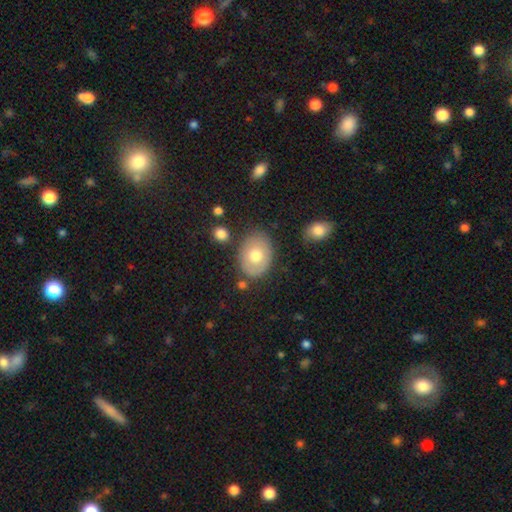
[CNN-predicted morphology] Smooth or featured? Predicted: smooth (p=0.64). How rounded? Predicted: in between (p=0.68). Merging? Predicted: none (p=0.73).